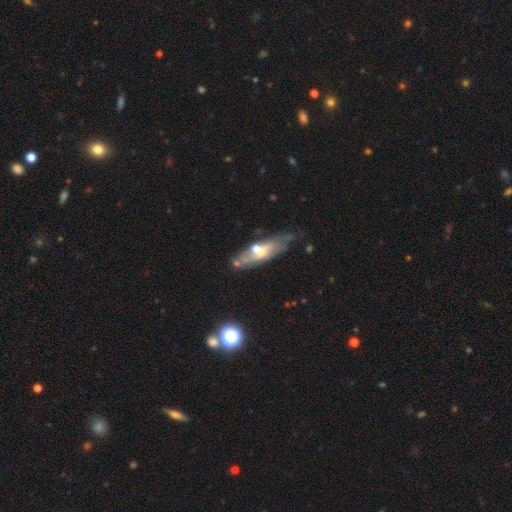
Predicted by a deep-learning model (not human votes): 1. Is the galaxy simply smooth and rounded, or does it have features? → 60% featured or disk, 32% smooth, 9% star or artifact.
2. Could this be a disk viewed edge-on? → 68% no, 32% yes.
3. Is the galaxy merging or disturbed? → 51% none, 25% minor disturbance, 13% major disturbance, 11% merger.